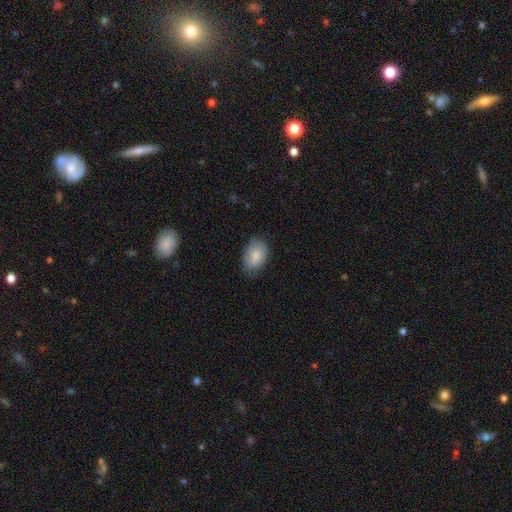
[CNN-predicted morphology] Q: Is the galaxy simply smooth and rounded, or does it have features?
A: smooth — 81%.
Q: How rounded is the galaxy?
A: in between — 87%.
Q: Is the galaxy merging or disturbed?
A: none — 67%.